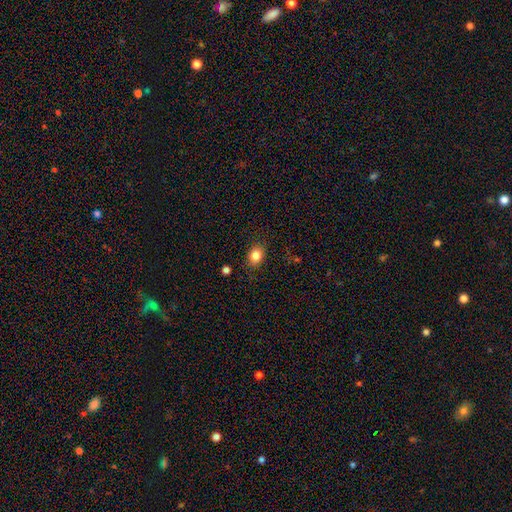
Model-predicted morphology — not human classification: A smooth galaxy with no disk features (84%) that is in between round and cigar-shaped (58%).

Vote fractions:
- Smooth or featured? smooth: 84% / star or artifact: 10% / featured or disk: 6%
- How rounded? in between: 58% / round: 41% / cigar-shaped: 1%
- Merging? none: 83% / minor disturbance: 12% / major disturbance: 3% / merger: 1%